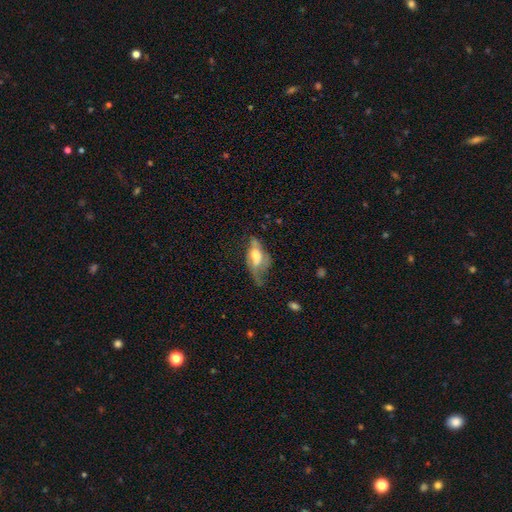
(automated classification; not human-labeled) A featured or disk galaxy (52%). Merging: major disturbance (44%).